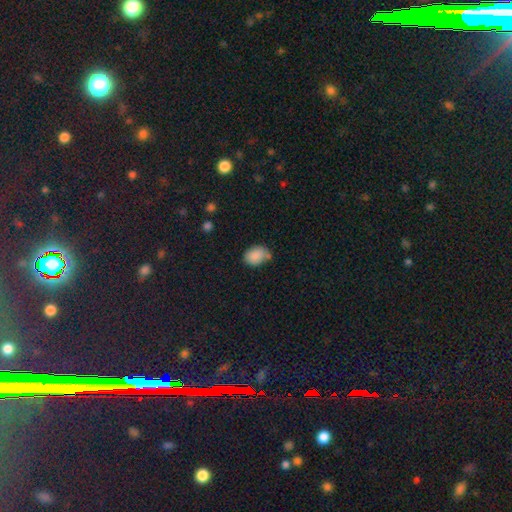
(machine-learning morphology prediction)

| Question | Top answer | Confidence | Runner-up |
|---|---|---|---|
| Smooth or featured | smooth | 86% | star or artifact (8%) |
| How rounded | in between | 78% | round (21%) |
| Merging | none | 54% | minor disturbance (30%) |